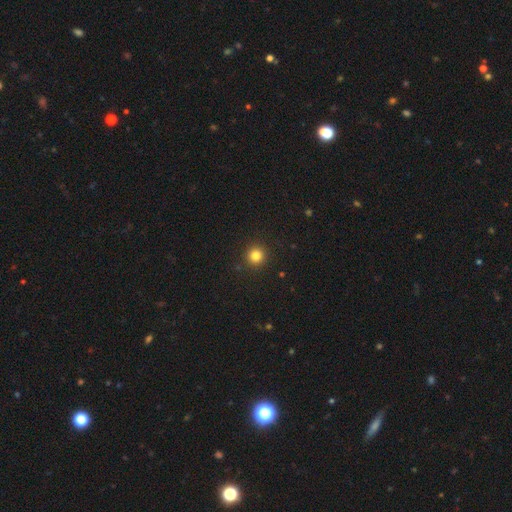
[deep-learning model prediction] Overall: smooth (82%). How rounded: round (94%). Merging: none (92%).